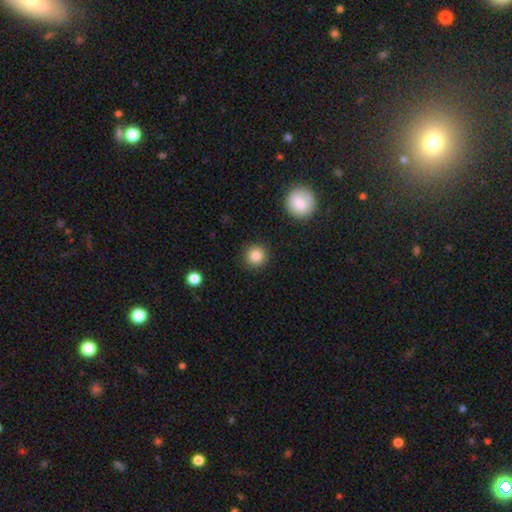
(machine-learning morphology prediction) A smooth galaxy with no disk features (85%) that is round (95%). Merging: none (91%).